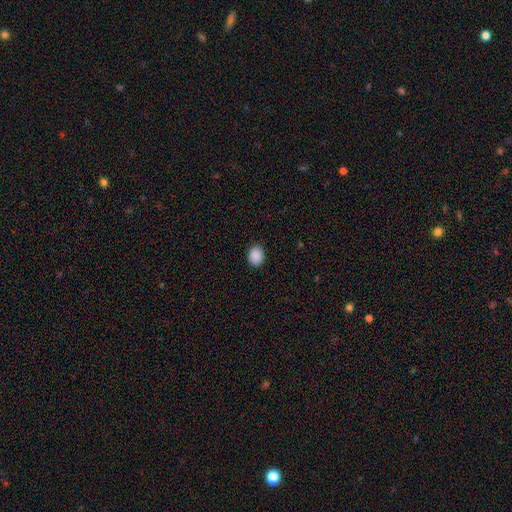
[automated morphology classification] This appears to be a smooth galaxy with no disk features (90%) that is in between round and cigar-shaped (54%). Merging: none (89%).